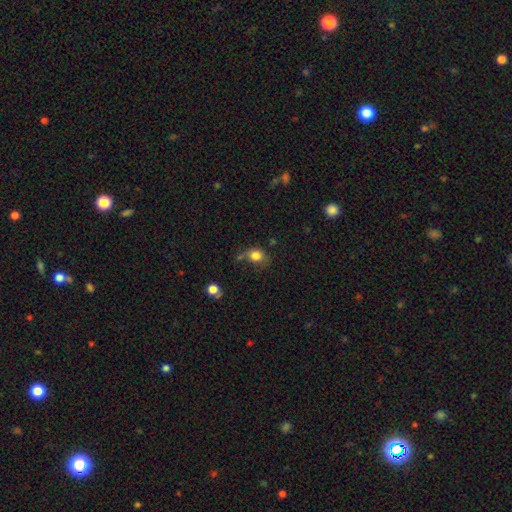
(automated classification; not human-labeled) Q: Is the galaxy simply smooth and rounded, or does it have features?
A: smooth — 80%.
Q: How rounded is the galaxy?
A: round — 59%.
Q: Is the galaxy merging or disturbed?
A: none — 47%.